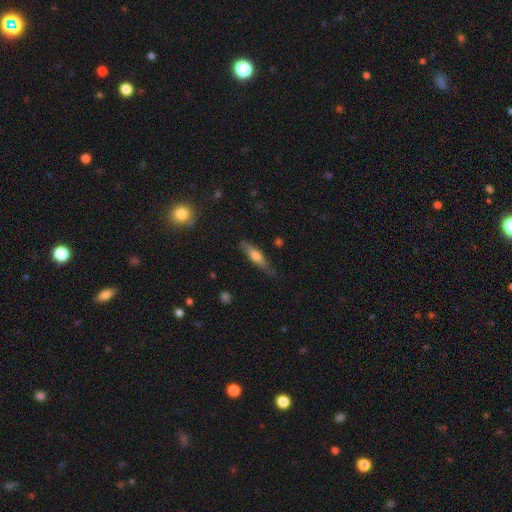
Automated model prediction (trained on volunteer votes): A smooth galaxy with no disk features (53%) that is cigar-shaped (76%). Merging: none (77%).